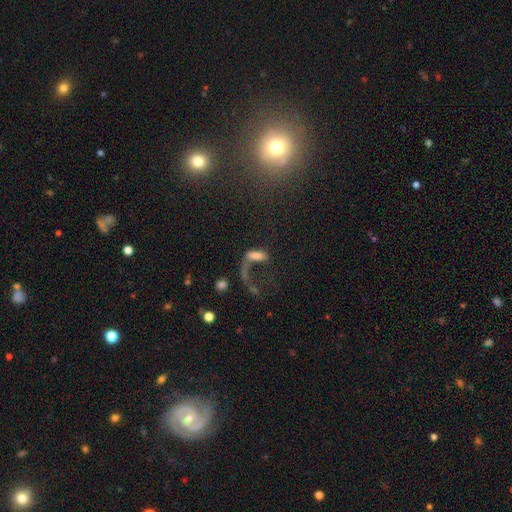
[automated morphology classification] A smooth galaxy with no disk features (49%). Merging: major disturbance (47%).